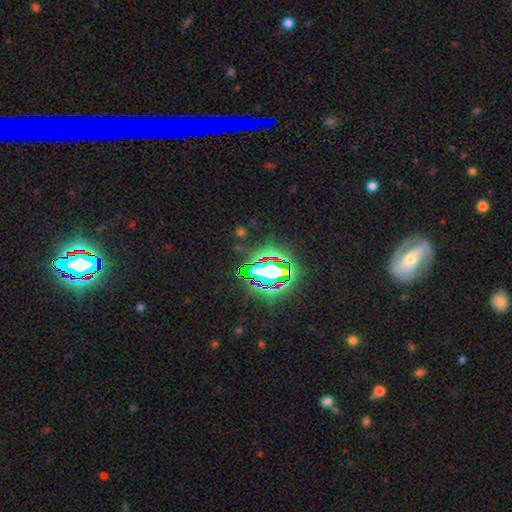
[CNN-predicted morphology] Smooth or featured?
  - star or artifact: 77% *
  - smooth: 13%
  - featured or disk: 9%